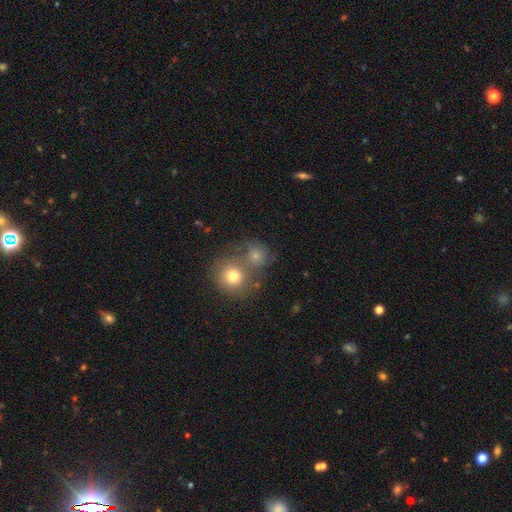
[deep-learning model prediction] smooth-or-featured: smooth: 71% | featured or disk: 17% | star or artifact: 12%
  how-rounded: round: 80% | in between: 19% | cigar-shaped: 1%
  merging: merger: 49% | none: 36% | minor disturbance: 10% | major disturbance: 6%